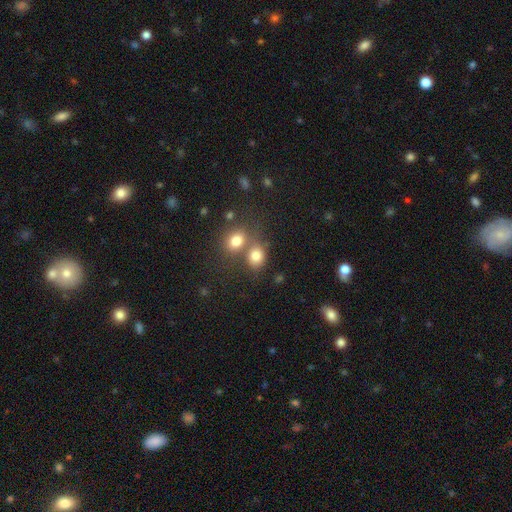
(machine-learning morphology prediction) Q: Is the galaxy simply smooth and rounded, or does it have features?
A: smooth — 79%.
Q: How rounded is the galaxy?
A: round — 56%.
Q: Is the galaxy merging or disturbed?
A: merger — 44%.